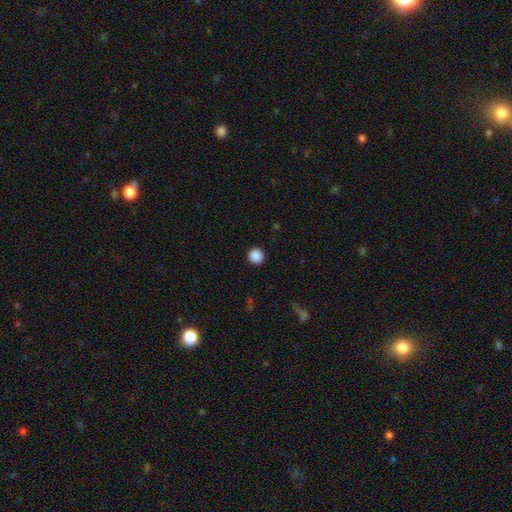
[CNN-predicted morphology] type=smooth (89%); roundness=round (94%); merging=none (93%).